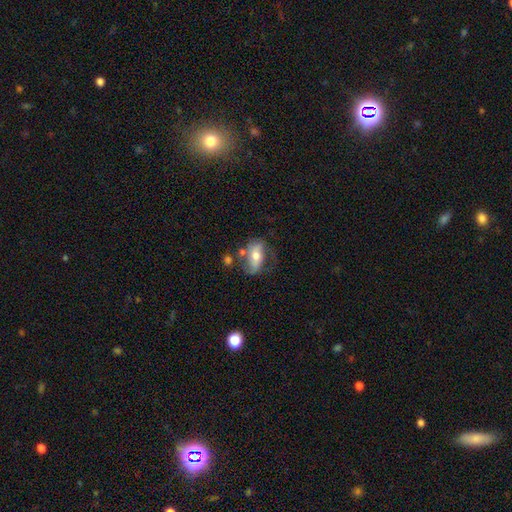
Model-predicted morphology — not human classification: Q: Smooth or featured?
A: smooth (47%); runner-up: featured or disk (46%)
Q: Merging?
A: none (46%); runner-up: minor disturbance (25%)